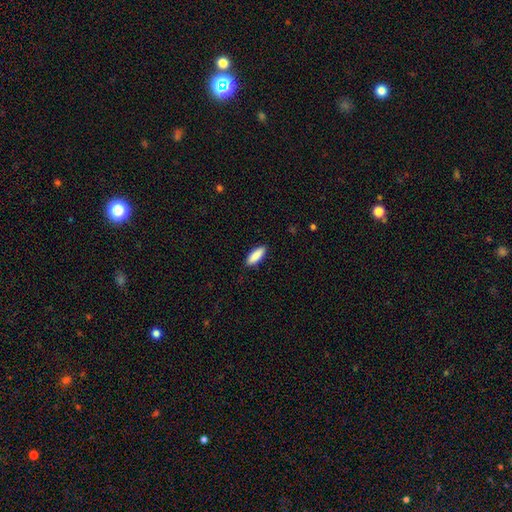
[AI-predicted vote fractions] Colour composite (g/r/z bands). It shows a smooth galaxy with no disk features (89%) that is in between round and cigar-shaped (64%). Merging: none (89%).